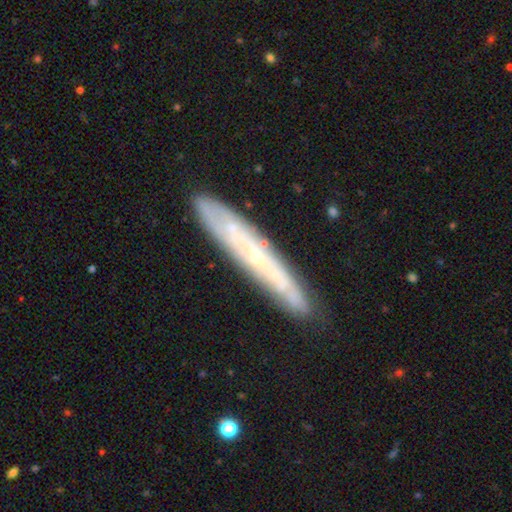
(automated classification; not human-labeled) Q: Smooth or featured?
A: featured or disk (70%); runner-up: smooth (23%)
Q: Edge-on disk?
A: yes (67%); runner-up: no (33%)
Q: Merging?
A: none (86%); runner-up: minor disturbance (10%)